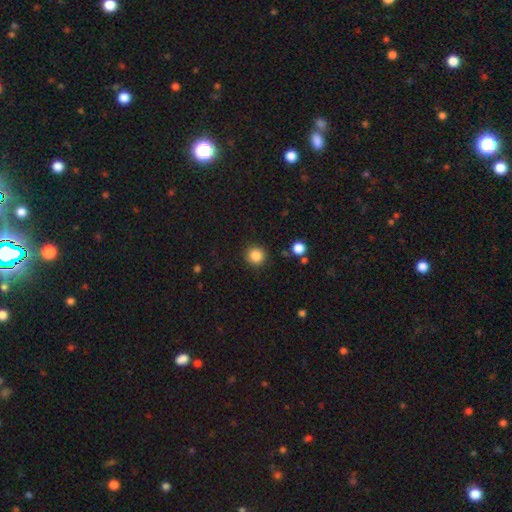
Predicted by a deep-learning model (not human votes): Smooth or featured: smooth — 86% (star or artifact — 11%)
How rounded: round — 94% (in between — 5%)
Merging: none — 90% (minor disturbance — 6%)